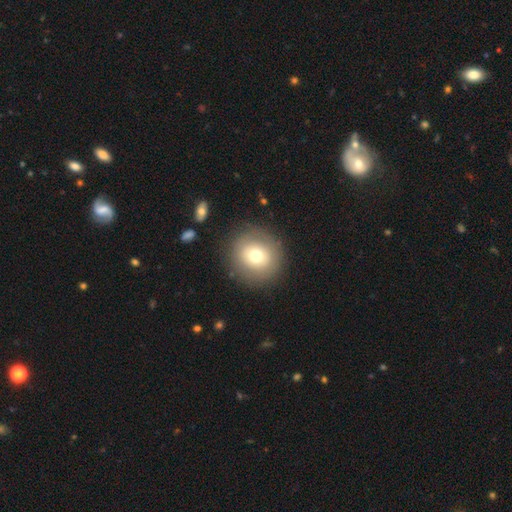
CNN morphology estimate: A smooth galaxy with no disk features (71%) that is round (93%). Merging: none (86%).